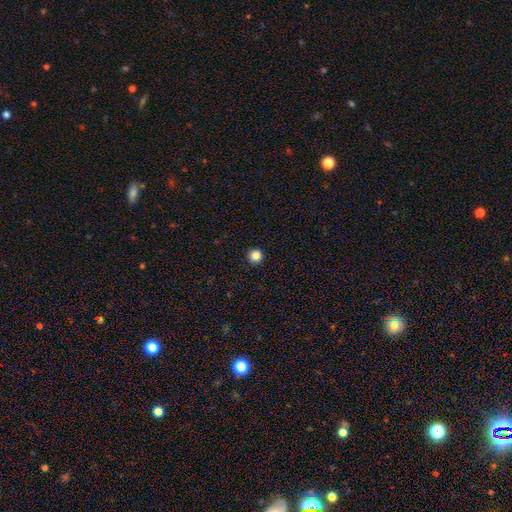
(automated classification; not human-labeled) Morphology: type=smooth (86%); roundness=round (96%); merging=none (94%).